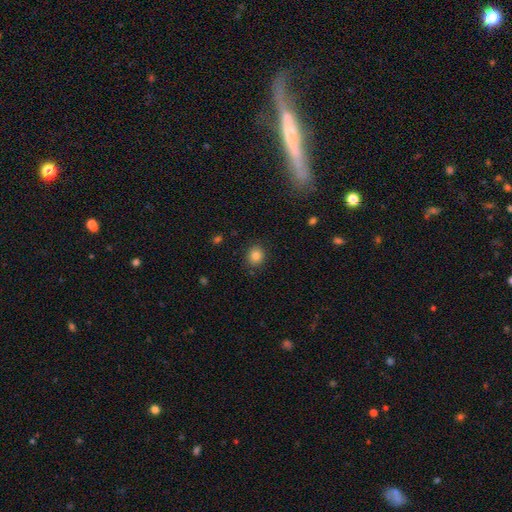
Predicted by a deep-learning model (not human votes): Smooth or featured: smooth — 83% (star or artifact — 11%)
How rounded: round — 77% (in between — 23%)
Merging: none — 87% (minor disturbance — 9%)